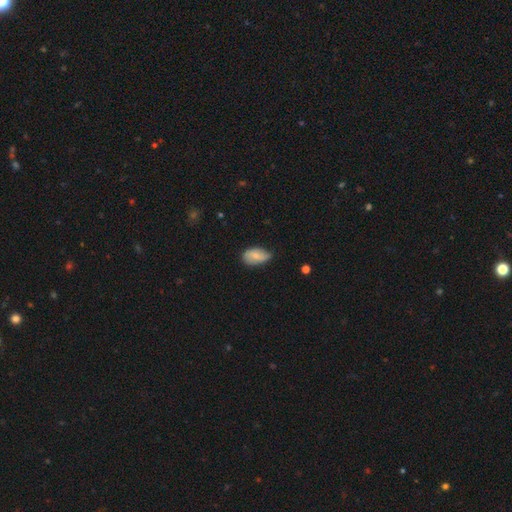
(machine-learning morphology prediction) smooth-or-featured: smooth: 70% | featured or disk: 23% | star or artifact: 7%
  how-rounded: in between: 93% | round: 5% | cigar-shaped: 2%
  merging: none: 56% | minor disturbance: 36% | major disturbance: 6% | merger: 2%